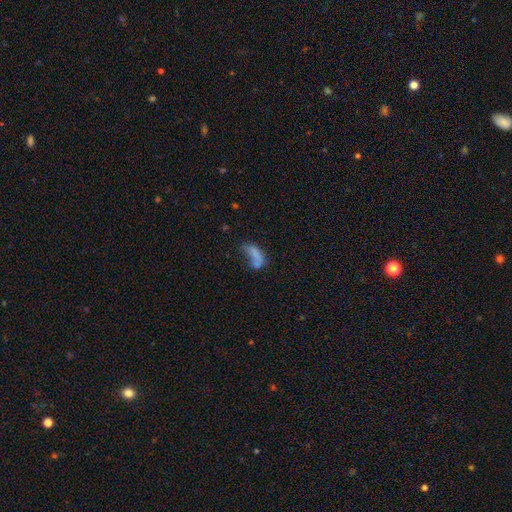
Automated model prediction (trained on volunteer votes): Smooth or featured? smooth (66%)
How rounded? in between (80%)
Merging? merger (30%, tied with major disturbance)